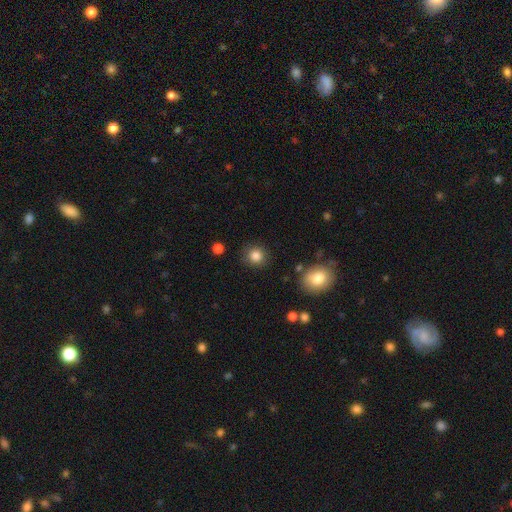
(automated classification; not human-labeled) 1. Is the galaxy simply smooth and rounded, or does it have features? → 84% smooth, 11% star or artifact, 5% featured or disk.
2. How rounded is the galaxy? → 91% round, 8% in between, 1% cigar-shaped.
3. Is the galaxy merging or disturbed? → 88% none, 7% minor disturbance, 3% major disturbance, 2% merger.